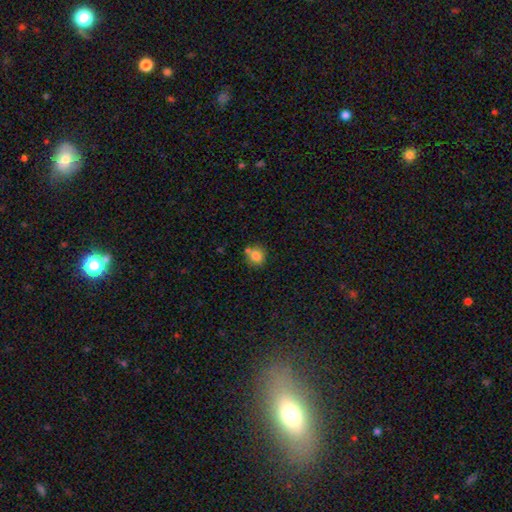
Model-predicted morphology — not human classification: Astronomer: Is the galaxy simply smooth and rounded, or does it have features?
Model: smooth — 81%.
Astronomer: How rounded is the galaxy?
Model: round — 89%.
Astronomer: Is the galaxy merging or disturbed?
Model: none — 69%.